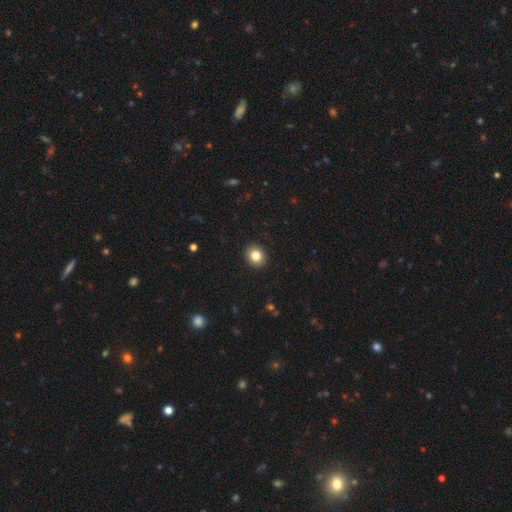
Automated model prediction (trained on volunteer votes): The model was most divided on "how rounded": round: 72%, in between: 28%, cigar-shaped: 1%. More confident: merging — none (92%); smooth or featured — smooth (83%).